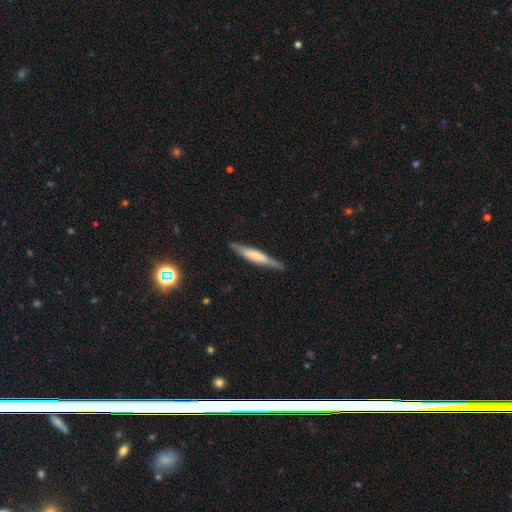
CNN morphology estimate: Smooth or featured? featured or disk (54%)
Edge-on disk? yes (93%)
Edge-on bulge? rounded (44%)
Merging? none (85%)